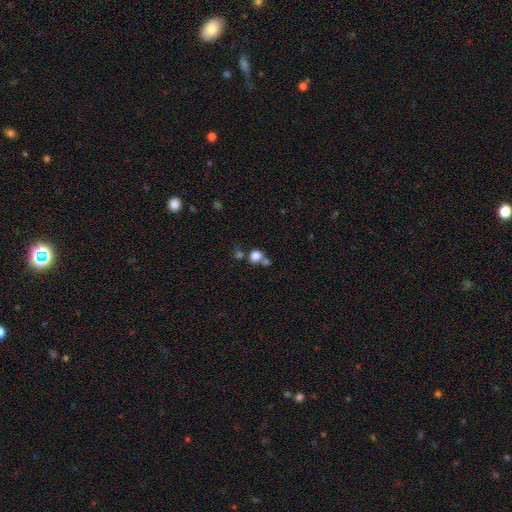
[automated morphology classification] Smooth or featured: smooth — 80% (star or artifact — 13%)
How rounded: round — 82% (in between — 17%)
Merging: none — 48% (merger — 35%)